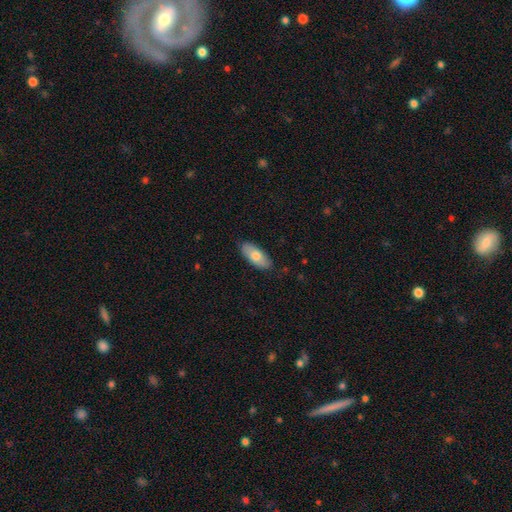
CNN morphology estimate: This appears to be a smooth galaxy with no disk features (73%) that is in between round and cigar-shaped (87%). Merging: none (86%).